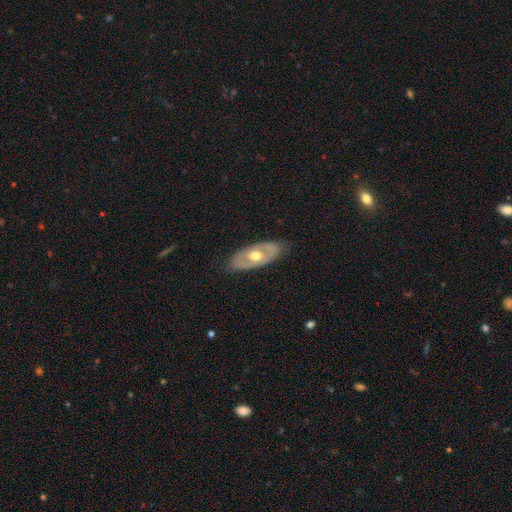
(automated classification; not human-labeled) smooth-or-featured: featured or disk: 61% | smooth: 34% | star or artifact: 5%
  disk-edge-on: no: 83% | yes: 17%
    bar: no: 79% | weak: 16% | strong: 5%
    has-spiral-arms: no: 80% | yes: 20%
    bulge-size: moderate: 75% | large: 14% | small: 9% | dominant: 1% | none: 1%
  merging: none: 79% | minor disturbance: 16% | major disturbance: 4% | merger: 1%